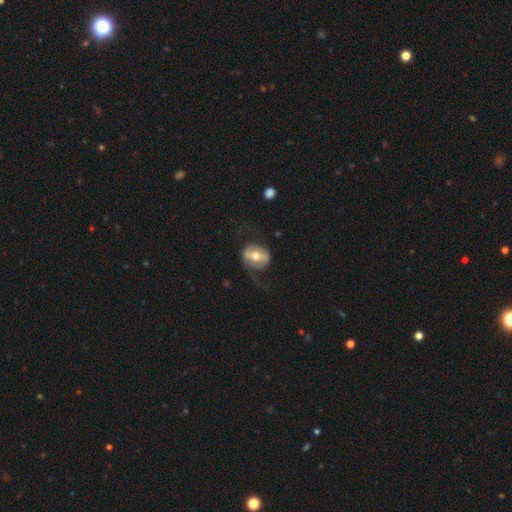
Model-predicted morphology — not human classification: Smooth or featured? Predicted: featured or disk (p=0.62). Edge-on disk? Predicted: no (p=0.95). Bar? Predicted: no (p=0.36). Spiral arms? Predicted: yes (p=0.56). Bulge size? Predicted: moderate (p=0.78). Merging? Predicted: none (p=0.60).